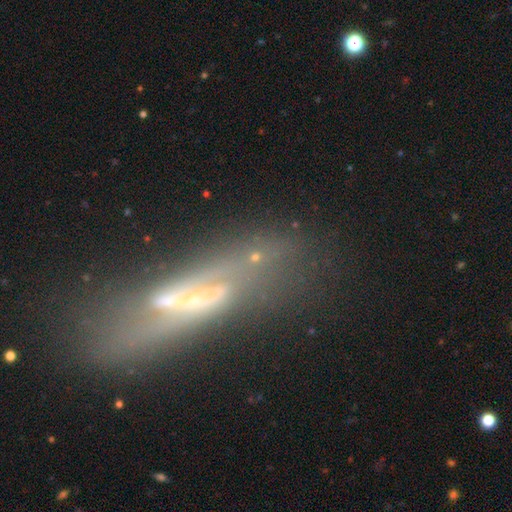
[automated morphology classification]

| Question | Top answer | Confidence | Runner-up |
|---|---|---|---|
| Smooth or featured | featured or disk | 56% | smooth (24%) |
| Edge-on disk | no | 58% | yes (42%) |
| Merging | none | 51% | minor disturbance (18%) |